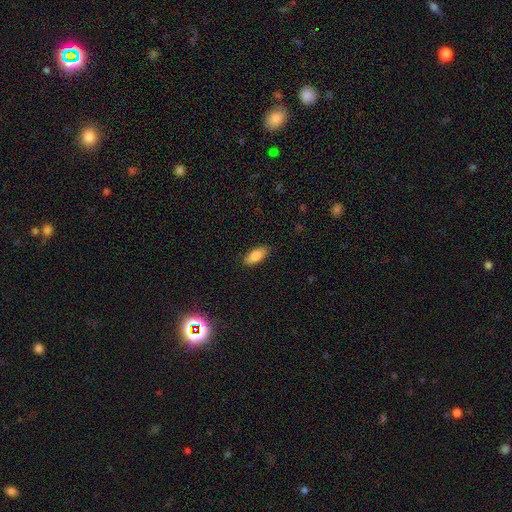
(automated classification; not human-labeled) A smooth galaxy with no disk features (84%) that is in between round and cigar-shaped (84%). Merging: none (87%).